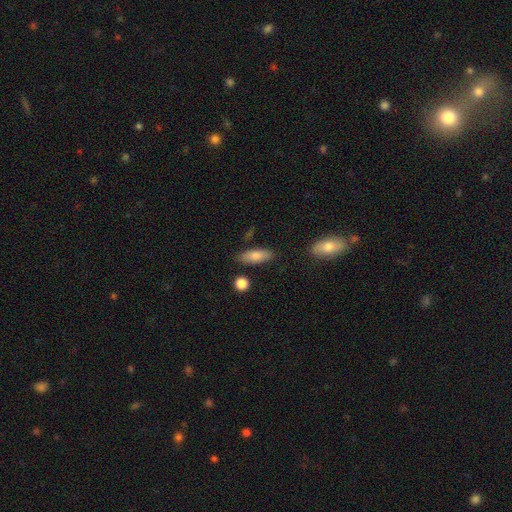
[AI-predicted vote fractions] This appears to be a smooth galaxy with no disk features (80%) that is in between round and cigar-shaped (69%). Merging: none (83%).